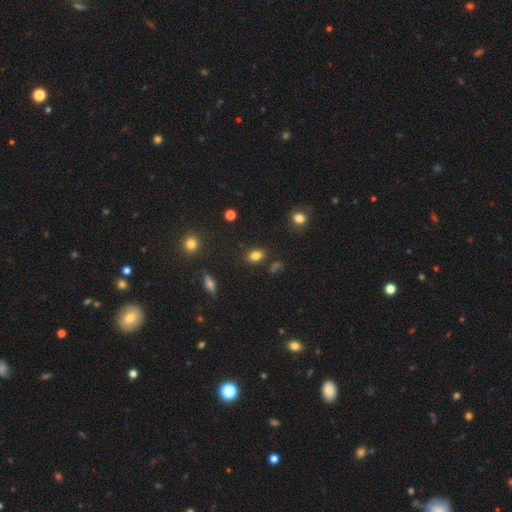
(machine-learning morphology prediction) smooth-or-featured: smooth: 81% | star or artifact: 12% | featured or disk: 7%
  how-rounded: in between: 76% | round: 22% | cigar-shaped: 2%
  merging: none: 83% | minor disturbance: 11% | merger: 3% | major disturbance: 3%